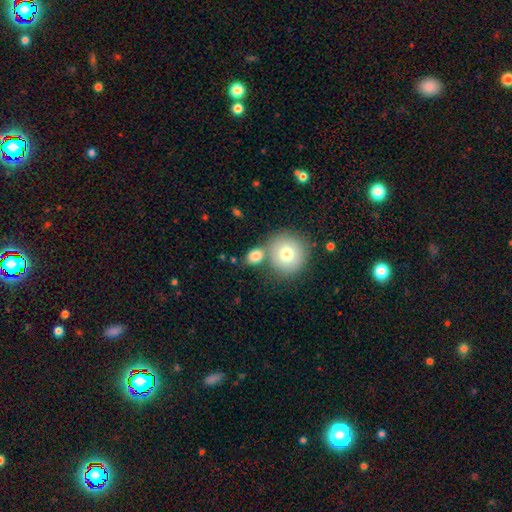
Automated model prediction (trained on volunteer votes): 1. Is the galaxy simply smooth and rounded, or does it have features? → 80% smooth, 11% featured or disk, 9% star or artifact.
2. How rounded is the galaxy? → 56% round, 42% in between, 2% cigar-shaped.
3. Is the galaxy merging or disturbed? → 54% none, 29% merger, 12% minor disturbance, 5% major disturbance.